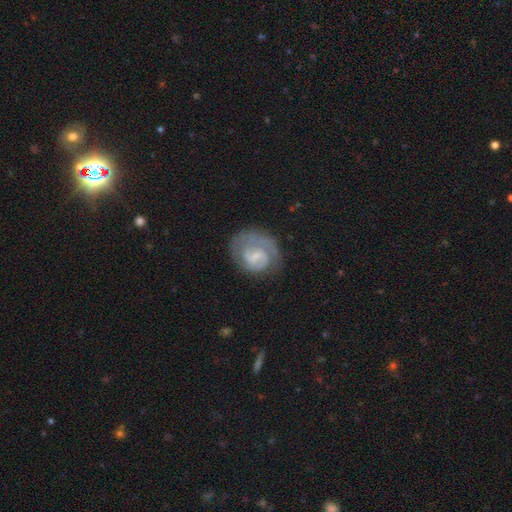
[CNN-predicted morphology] A featured or disk galaxy (74%) with a weak bar (56%), 2 (46%) tight (49%) spiral arms (91%) and a small central bulge (42%).

Vote fractions:
- Smooth or featured? featured or disk: 74% / smooth: 20% / star or artifact: 6%
- Edge-on disk? no: 98% / yes: 2%
- Bar? weak: 56% / no: 29% / strong: 15%
- Spiral arms? yes: 91% / no: 9%
- Spiral winding? tight: 49% / medium: 37% / loose: 13%
- Spiral arm count? 2: 46% / 1: 33% / can't tell: 14% / 3: 4% / 4: 1% / more than 4: 1%
- Bulge size? small: 42% / none: 35% / moderate: 19% / large: 3% / dominant: 1%
- Merging? none: 62% / minor disturbance: 20% / major disturbance: 16% / merger: 2%